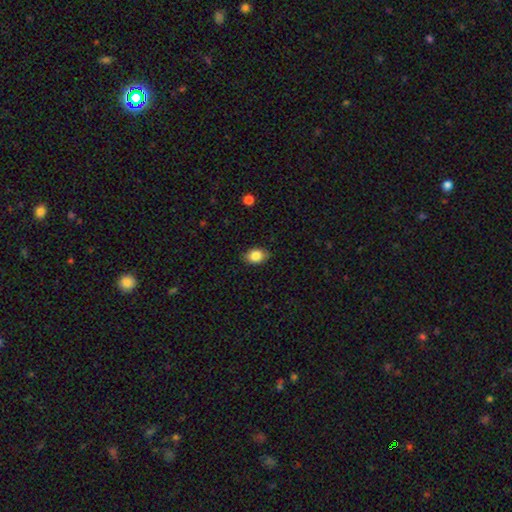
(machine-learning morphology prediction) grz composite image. It shows a smooth galaxy with no disk features (85%) that is in between round and cigar-shaped (76%). Merging: none (84%).